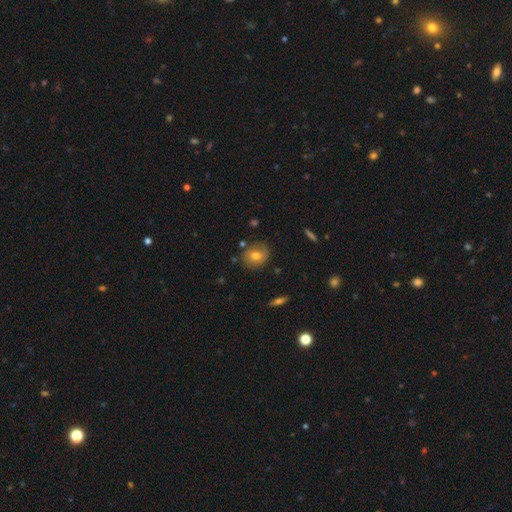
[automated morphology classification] This appears to be a smooth galaxy with no disk features (67%) that is round (75%). Merging: none (79%).